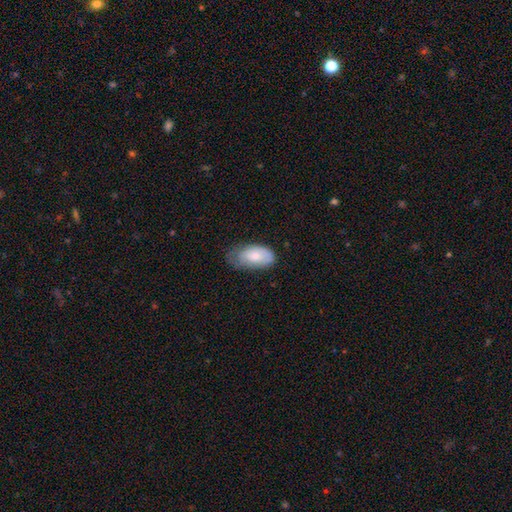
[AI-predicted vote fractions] Smooth or featured: smooth — 75% (featured or disk — 20%)
How rounded: in between — 94% (round — 4%)
Merging: none — 46% (minor disturbance — 39%)